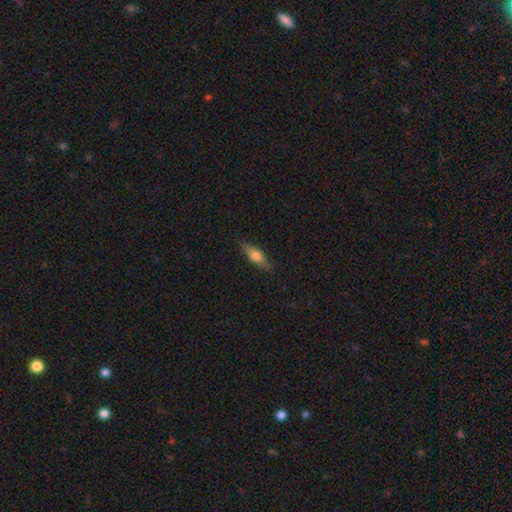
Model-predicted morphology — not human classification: A smooth galaxy with no disk features (56%) that is in between round and cigar-shaped (53%). Merging: none (86%).